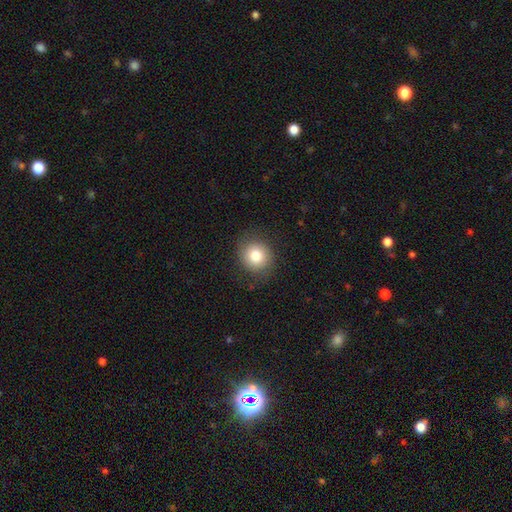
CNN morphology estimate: Overall: smooth (80%). How rounded: round (83%). Merging: none (83%).